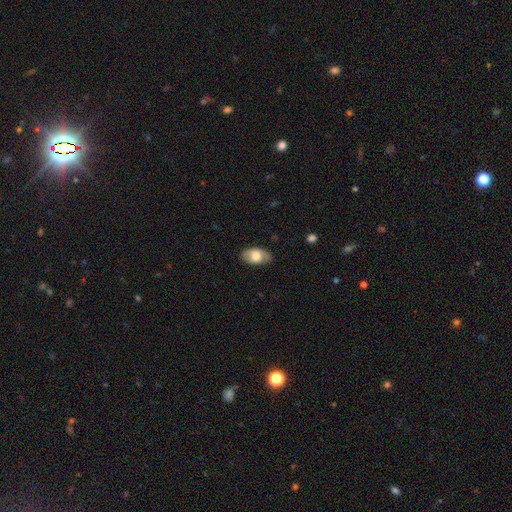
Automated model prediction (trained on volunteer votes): Morphology: type=smooth (68%); roundness=in between (93%); merging=none (78%).